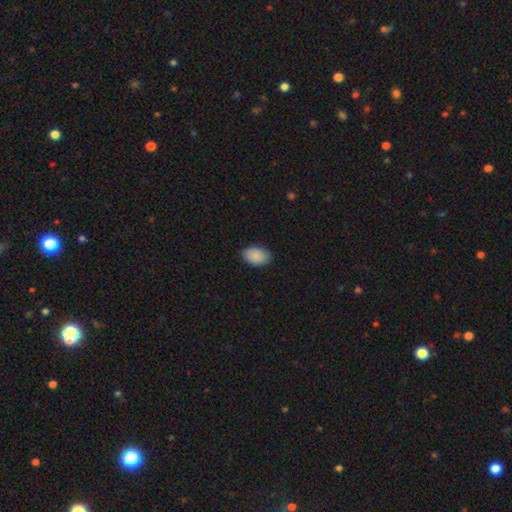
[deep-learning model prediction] This is clearly a smooth galaxy (90%). How rounded: clearly in between (89%). Merging: clearly none (86%).